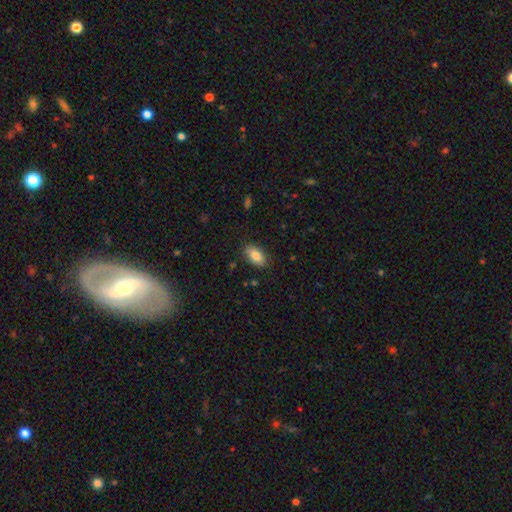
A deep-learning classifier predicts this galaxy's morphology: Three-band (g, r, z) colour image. It shows a smooth galaxy with no disk features (84%) that is in between round and cigar-shaped (91%). Merging: none (84%).